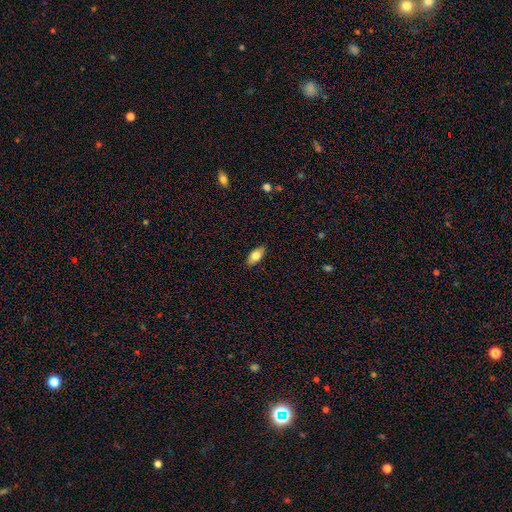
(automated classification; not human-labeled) Overall: smooth (79%). How rounded: in between (89%). Merging: none (87%).